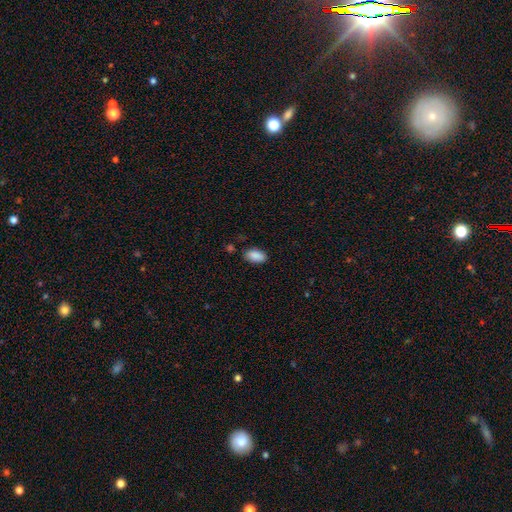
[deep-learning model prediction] Smooth or featured: smooth — 89% (star or artifact — 7%)
How rounded: in between — 93% (round — 4%)
Merging: none — 82% (minor disturbance — 13%)